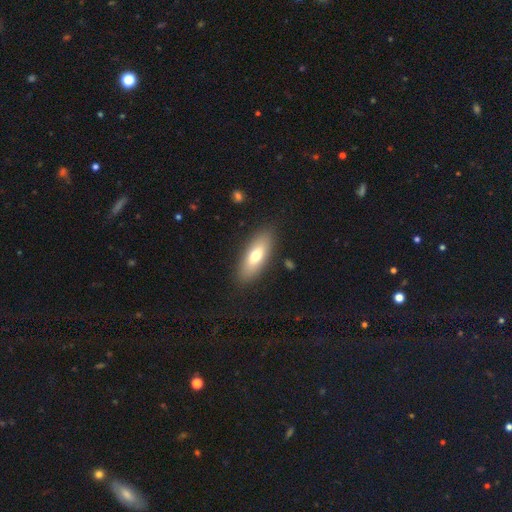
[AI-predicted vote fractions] smooth-or-featured: smooth: 66% | featured or disk: 27% | star or artifact: 7%
  how-rounded: in between: 70% | cigar-shaped: 28% | round: 3%
  merging: none: 87% | minor disturbance: 9% | major disturbance: 3% | merger: 1%